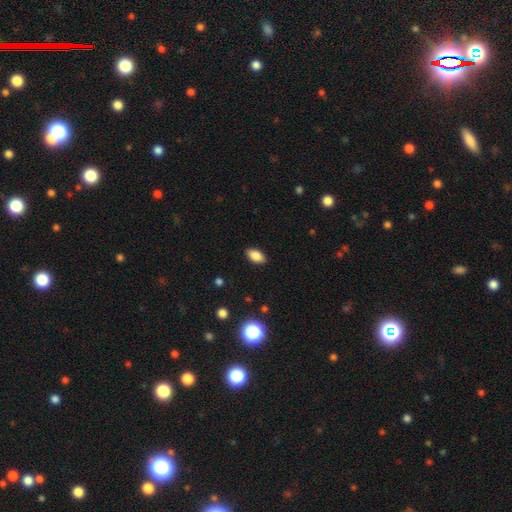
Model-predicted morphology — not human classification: smooth_or_featured: smooth (p=0.85) [alt: star or artifact p=0.09]
how_rounded: in between (p=0.92) [alt: round p=0.05]
merging: none (p=0.89) [alt: minor disturbance p=0.08]